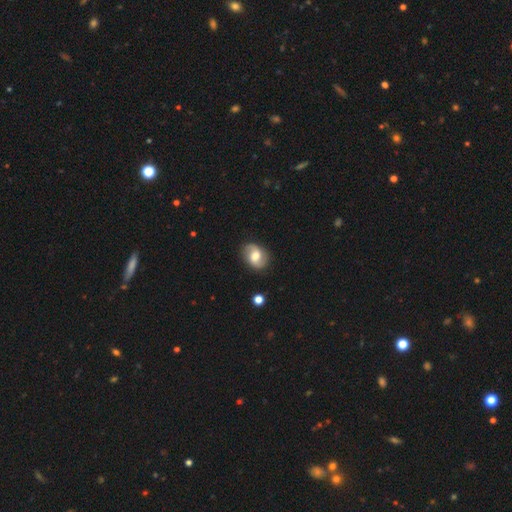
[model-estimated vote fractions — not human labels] smooth_or_featured: featured or disk (p=0.59) [alt: smooth p=0.33]
disk_edge_on: no (p=0.97) [alt: yes p=0.03]
bar: weak (p=0.45) [alt: no p=0.42]
has_spiral_arms: yes (p=0.87) [alt: no p=0.13]
bulge_size: moderate (p=0.66) [alt: large p=0.17]
merging: none (p=0.84) [alt: minor disturbance p=0.12]